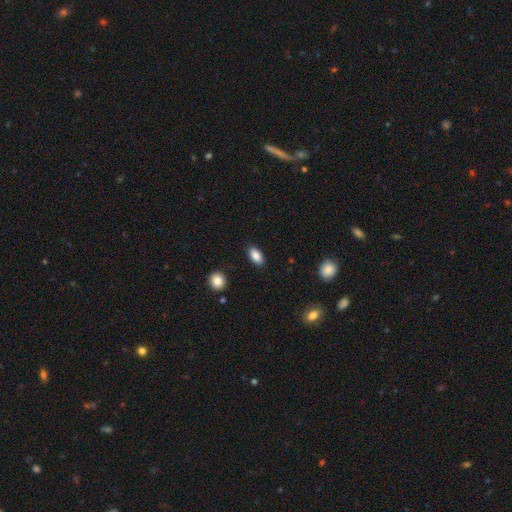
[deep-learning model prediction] The model was most divided on "merging": none: 88%, minor disturbance: 8%, major disturbance: 2%, merger: 1%. More confident: how rounded — in between (91%); smooth or featured — smooth (88%).